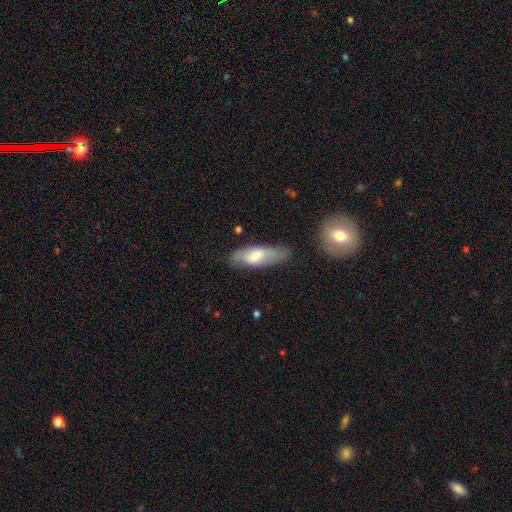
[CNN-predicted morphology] The model was most divided on "how rounded": in between: 60%, cigar-shaped: 38%, round: 2%. More confident: merging — none (70%); smooth or featured — smooth (65%).